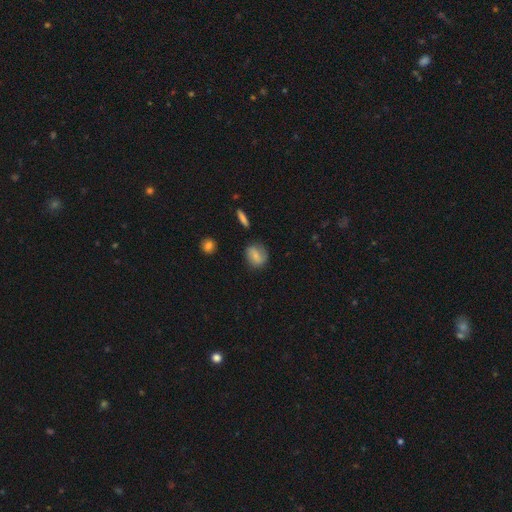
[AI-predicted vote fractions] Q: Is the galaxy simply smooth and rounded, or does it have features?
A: smooth — 68%.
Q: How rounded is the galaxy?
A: in between — 49%.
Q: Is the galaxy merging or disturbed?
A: none — 76%.